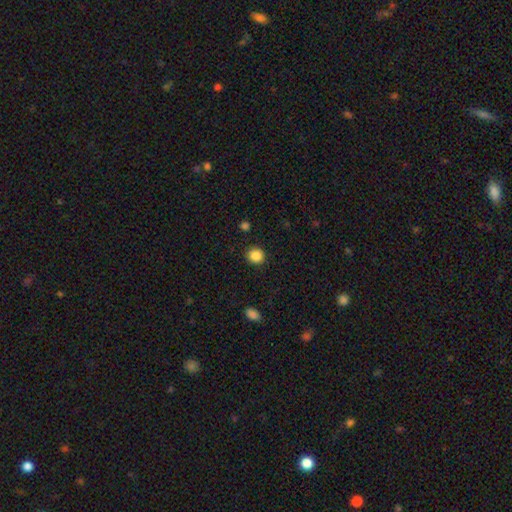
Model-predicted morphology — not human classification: Smooth or featured? Predicted: smooth (p=0.87). How rounded? Predicted: round (p=0.91). Merging? Predicted: none (p=0.91).